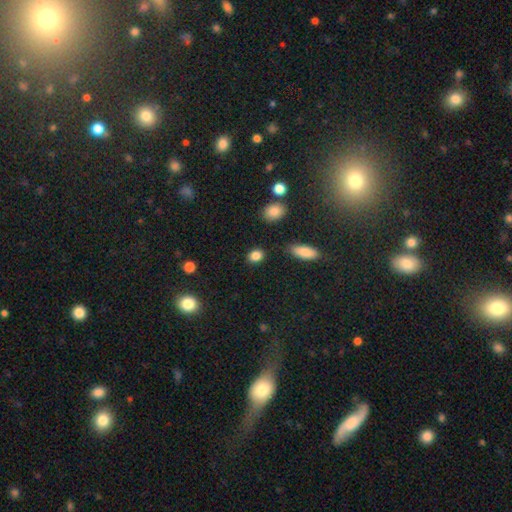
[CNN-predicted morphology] This is clearly a smooth galaxy (86%). How rounded: likely in between (61%). Merging: clearly none (84%).